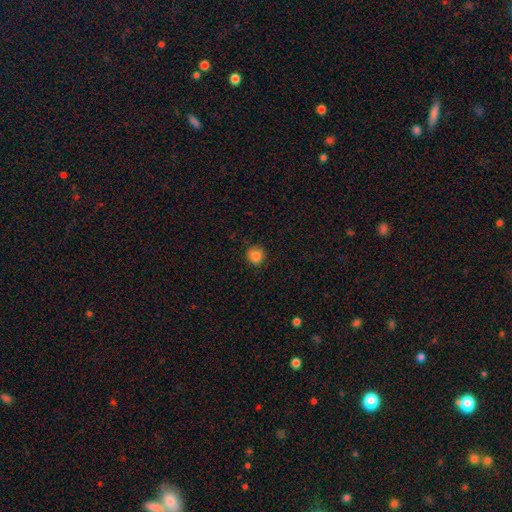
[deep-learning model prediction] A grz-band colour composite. It shows a smooth galaxy with no disk features (85%) that is round (87%). Merging: none (85%).